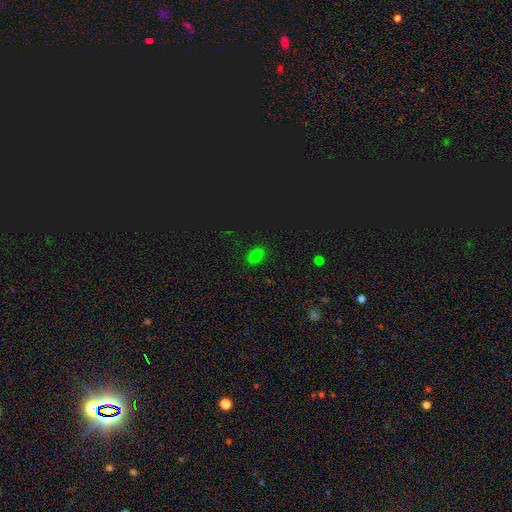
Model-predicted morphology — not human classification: Smooth or featured?
  - smooth: 72% *
  - star or artifact: 24%
  - featured or disk: 4%
How rounded?
  - in between: 82% *
  - round: 16%
  - cigar-shaped: 2%
Merging?
  - none: 87% *
  - minor disturbance: 9%
  - major disturbance: 3%
  - merger: 1%